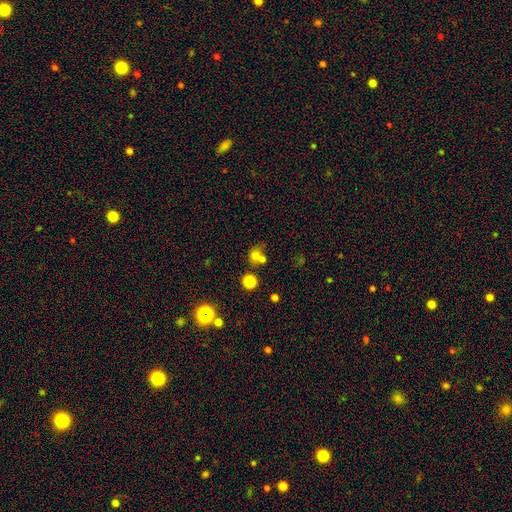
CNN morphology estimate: Smooth or featured? Predicted: smooth (p=0.70). How rounded? Predicted: round (p=0.81). Merging? Predicted: none (p=0.48).